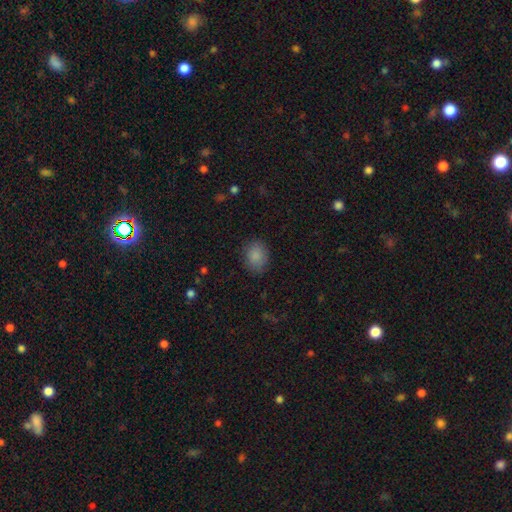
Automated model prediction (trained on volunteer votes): This is clearly a smooth galaxy (86%). How rounded: possibly in between (53%). Merging: clearly none (84%).